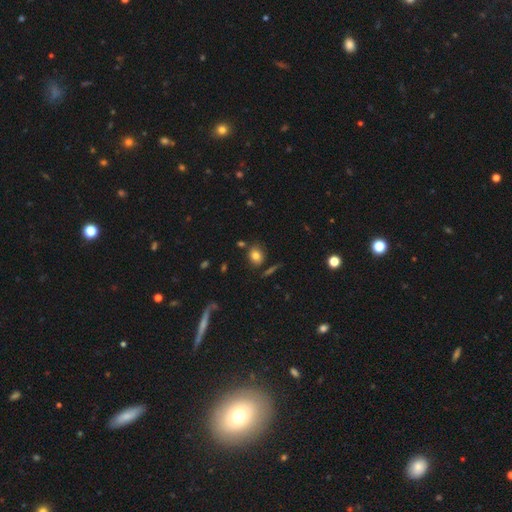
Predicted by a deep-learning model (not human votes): This is likely a smooth galaxy (78%). How rounded: possibly in between (49%, tied with round). Merging: likely none (77%).